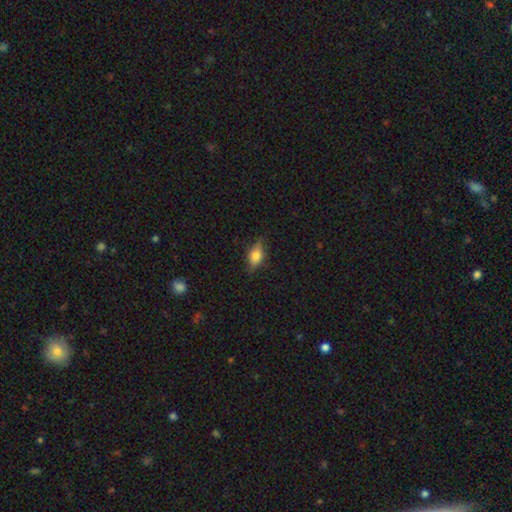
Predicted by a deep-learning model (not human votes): smooth-or-featured: smooth: 55% | featured or disk: 36% | star or artifact: 10%
  how-rounded: in between: 75% | cigar-shaped: 14% | round: 11%
  merging: none: 77% | minor disturbance: 17% | major disturbance: 4% | merger: 1%